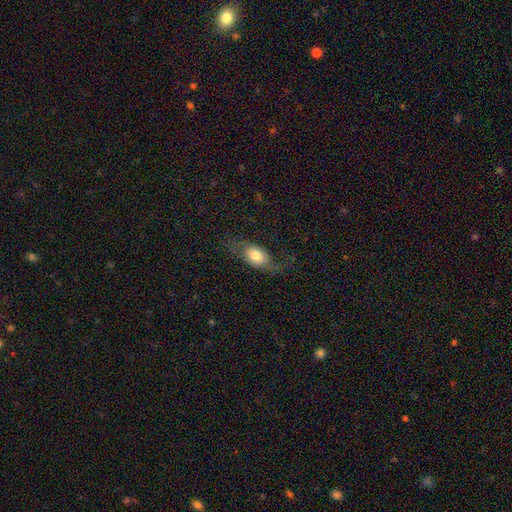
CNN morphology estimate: type=smooth (56%); roundness=in between (78%); merging=none (52%).